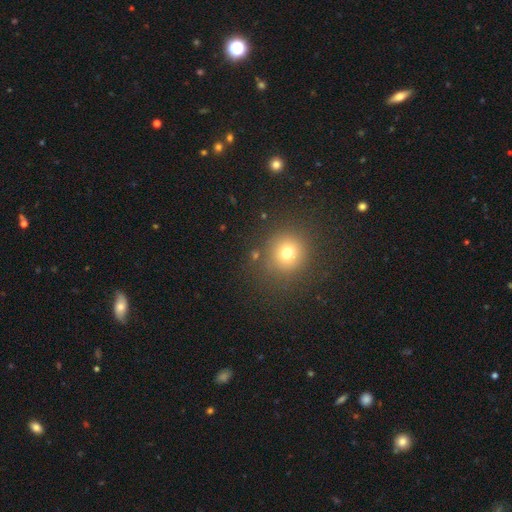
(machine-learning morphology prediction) smooth-or-featured: smooth: 70% | star or artifact: 22% | featured or disk: 8%
  how-rounded: round: 92% | in between: 7% | cigar-shaped: 1%
  merging: none: 85% | minor disturbance: 8% | major disturbance: 4% | merger: 3%